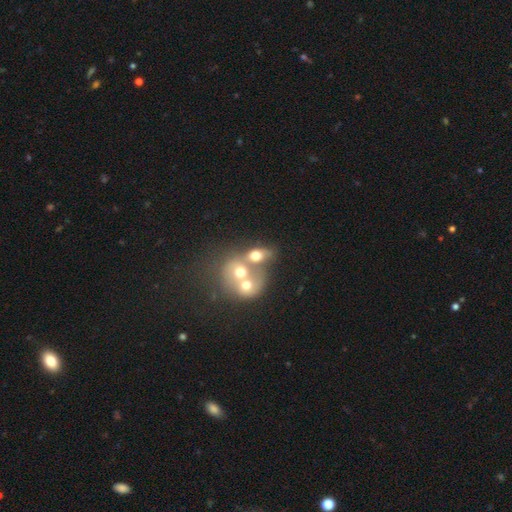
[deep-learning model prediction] This is possibly a smooth galaxy (59%). How rounded: possibly in between (50%). Merging: likely merger (61%).